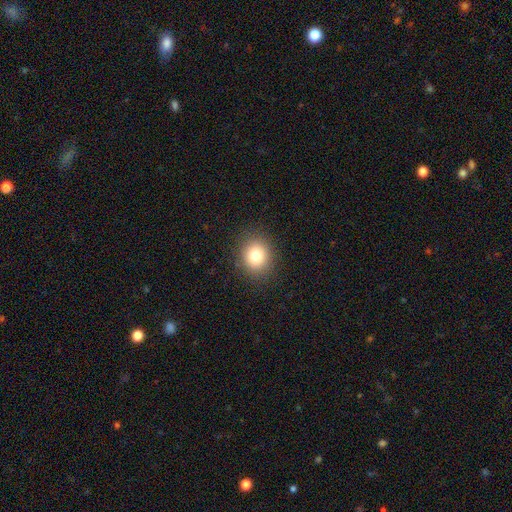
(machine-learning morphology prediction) The model was most divided on "how rounded": round: 75%, in between: 24%, cigar-shaped: 1%. More confident: merging — none (89%); smooth or featured — smooth (79%).